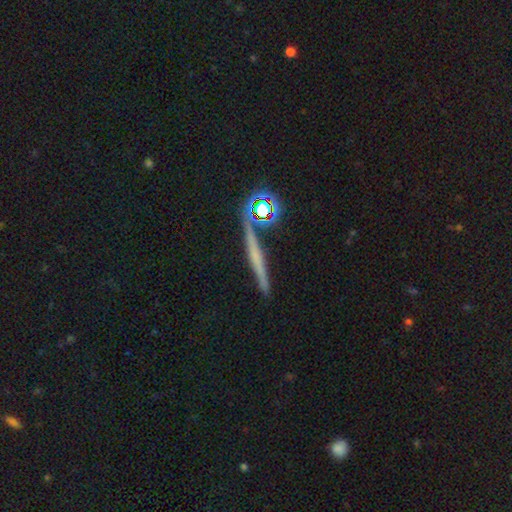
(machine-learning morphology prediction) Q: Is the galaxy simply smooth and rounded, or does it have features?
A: featured or disk — 46%.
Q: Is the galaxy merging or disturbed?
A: none — 80%.